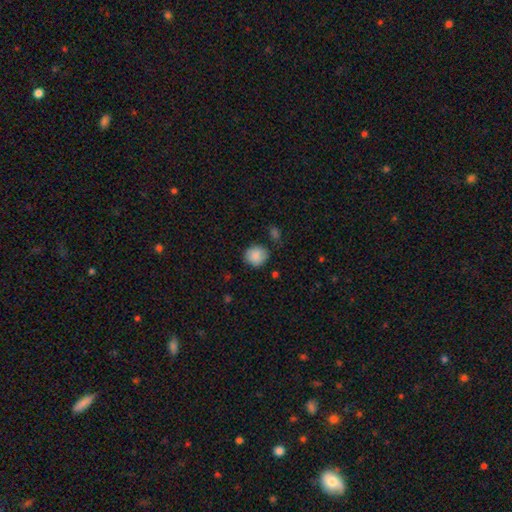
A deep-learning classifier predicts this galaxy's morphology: A smooth galaxy with no disk features (87%) that is round (80%). Merging: none (79%).